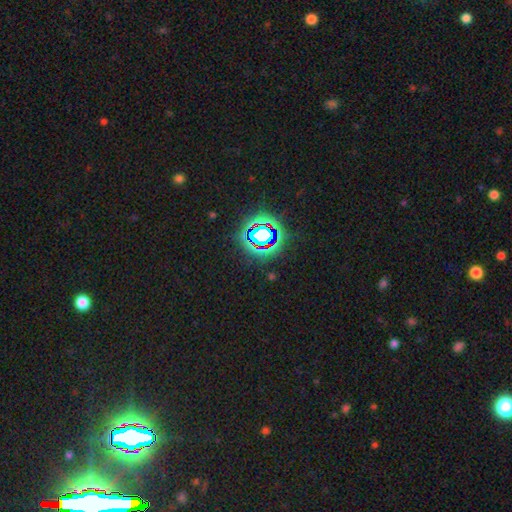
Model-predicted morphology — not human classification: Smooth or featured: star or artifact — 81% (smooth — 12%)